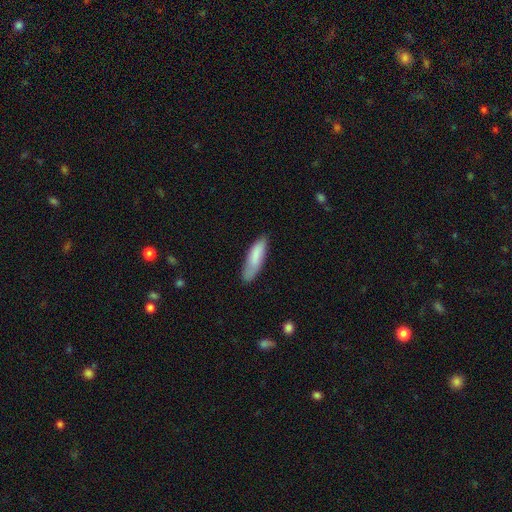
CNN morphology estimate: The model was most divided on "how rounded": cigar-shaped: 60%, in between: 39%, round: 1%. More confident: smooth or featured — smooth (83%); merging — none (75%).